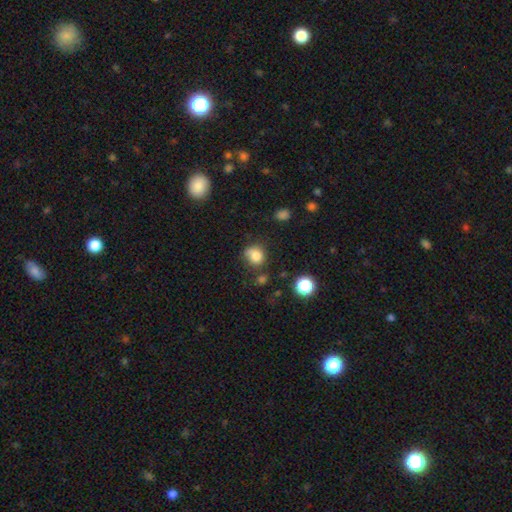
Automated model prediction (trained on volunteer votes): smooth-or-featured: smooth: 79% | star or artifact: 13% | featured or disk: 8%
  how-rounded: round: 75% | in between: 24% | cigar-shaped: 1%
  merging: none: 58% | minor disturbance: 25% | major disturbance: 9% | merger: 7%